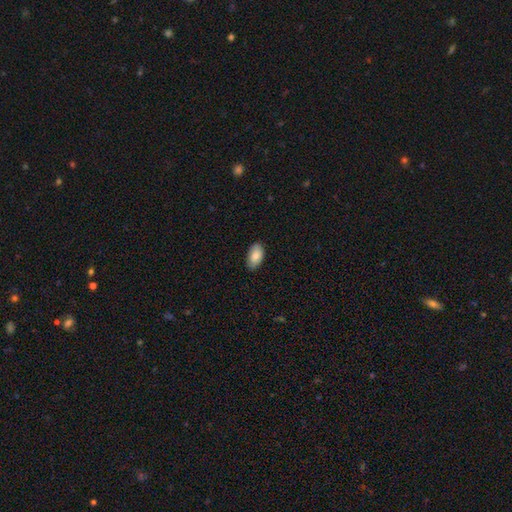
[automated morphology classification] A smooth galaxy with no disk features (85%) that is in between round and cigar-shaped (94%). Merging: none (84%).